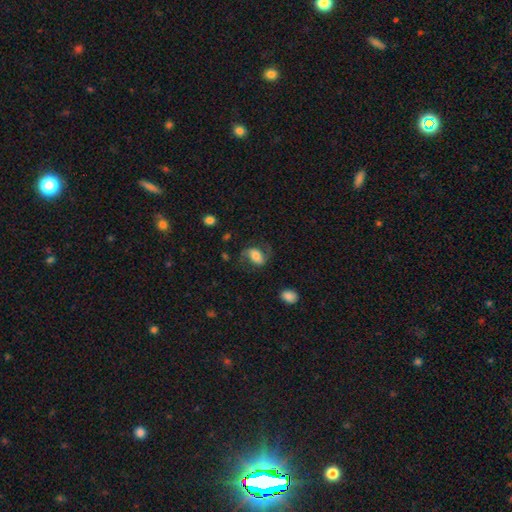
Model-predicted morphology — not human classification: Smooth or featured? featured or disk (57%)
Edge-on disk? no (96%)
Bar? weak (36%)
Spiral arms? yes (91%)
Bulge size? moderate (35%)
Merging? none (66%)